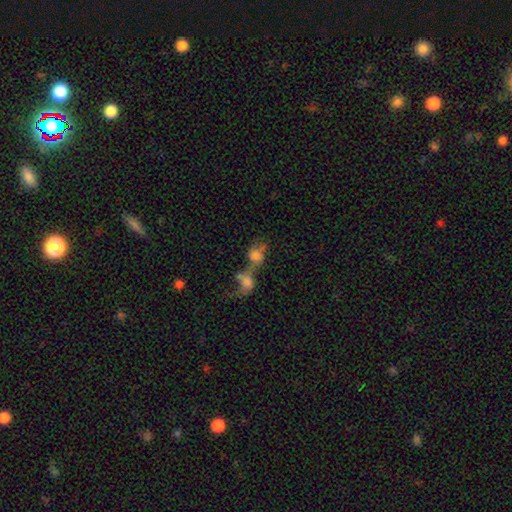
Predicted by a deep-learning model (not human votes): Smooth or featured? Predicted: smooth (p=0.58). How rounded? Predicted: in between (p=0.61). Merging? Predicted: merger (p=0.75).